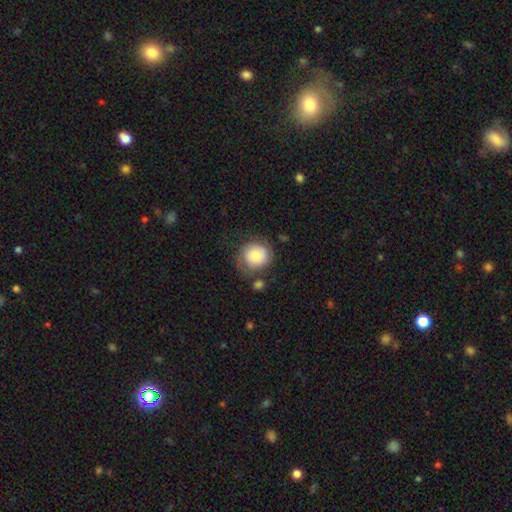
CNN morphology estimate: Smooth or featured?
  - smooth: 74% *
  - featured or disk: 19%
  - star or artifact: 7%
How rounded?
  - round: 86% *
  - in between: 13%
  - cigar-shaped: 1%
Merging?
  - none: 58% *
  - minor disturbance: 23%
  - major disturbance: 13%
  - merger: 7%